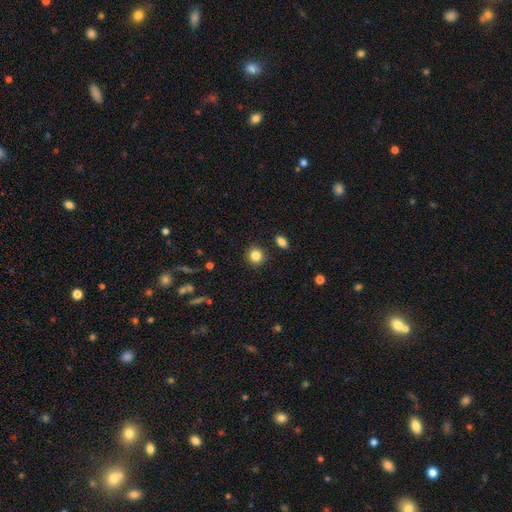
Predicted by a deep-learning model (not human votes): Smooth or featured? smooth (84%)
How rounded? round (90%)
Merging? none (89%)